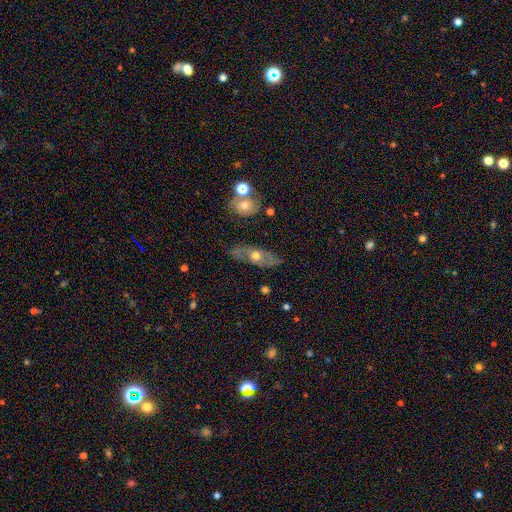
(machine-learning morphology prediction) Smooth or featured?
  - featured or disk: 59% *
  - smooth: 34%
  - star or artifact: 7%
Edge-on disk?
  - no: 63% *
  - yes: 37%
Merging?
  - none: 76% *
  - minor disturbance: 16%
  - major disturbance: 5%
  - merger: 3%